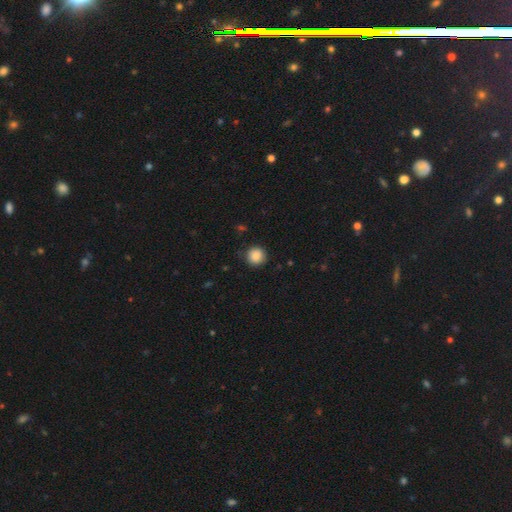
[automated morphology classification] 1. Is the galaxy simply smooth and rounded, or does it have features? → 88% smooth, 9% star or artifact, 3% featured or disk.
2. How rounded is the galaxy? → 93% round, 6% in between, 1% cigar-shaped.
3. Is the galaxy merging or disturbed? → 87% none, 9% minor disturbance, 3% major disturbance, 1% merger.